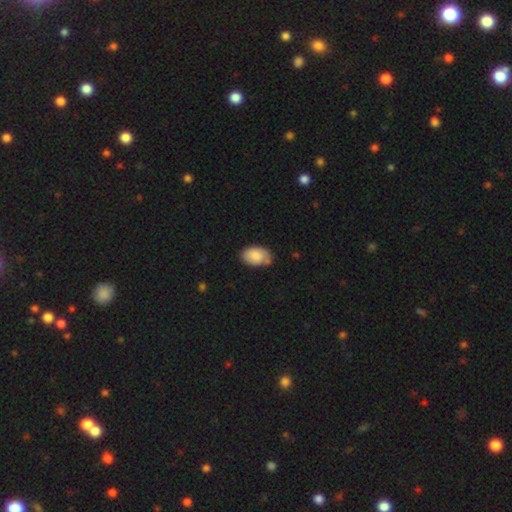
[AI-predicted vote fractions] Q: Smooth or featured?
A: smooth (82%); runner-up: featured or disk (11%)
Q: How rounded?
A: in between (90%); runner-up: round (9%)
Q: Merging?
A: none (68%); runner-up: minor disturbance (24%)